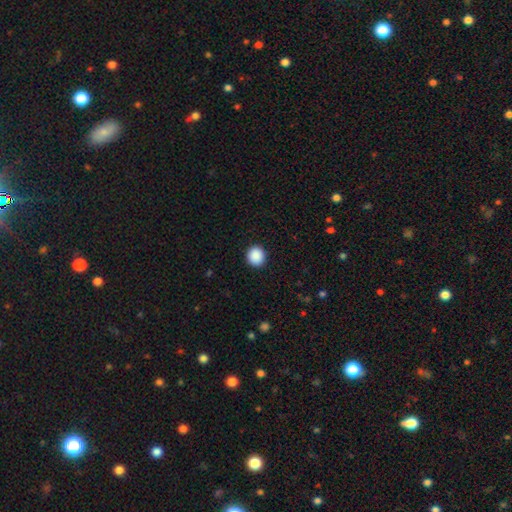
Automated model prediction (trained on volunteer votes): Smooth or featured? smooth (90%)
How rounded? round (88%)
Merging? none (92%)